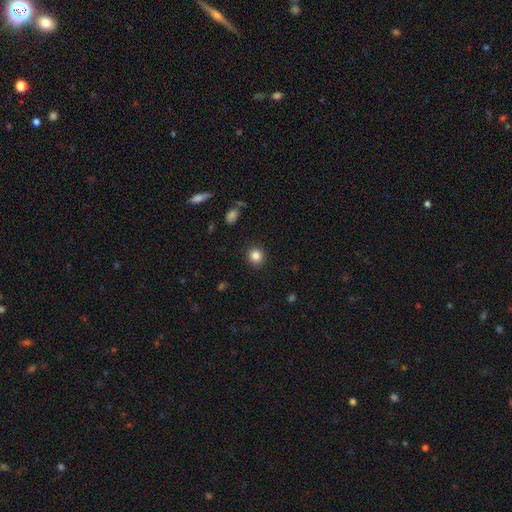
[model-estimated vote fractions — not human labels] A smooth galaxy with no disk features (84%) that is round (89%).

Vote fractions:
- Smooth or featured? smooth: 84% / star or artifact: 11% / featured or disk: 5%
- How rounded? round: 89% / in between: 10% / cigar-shaped: 1%
- Merging? none: 91% / minor disturbance: 6% / major disturbance: 2% / merger: 1%